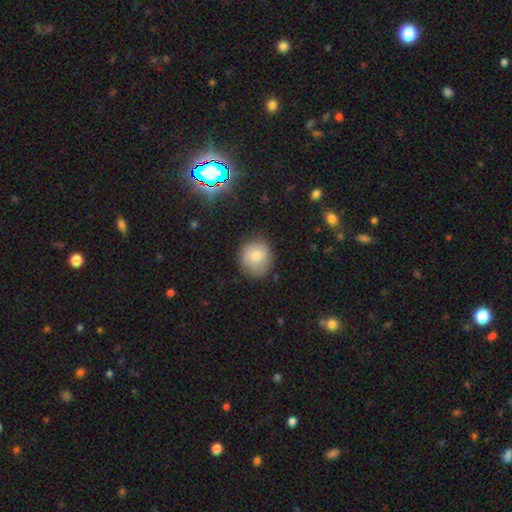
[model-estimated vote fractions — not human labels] A smooth galaxy with no disk features (75%) that is round (85%). Merging: none (79%).